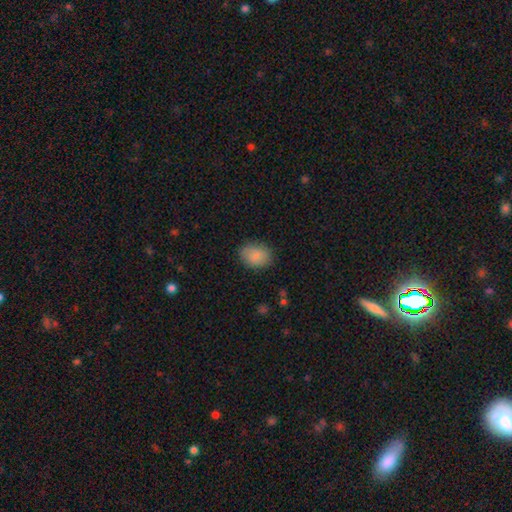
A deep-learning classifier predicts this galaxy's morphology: A smooth galaxy with no disk features (88%) that is in between round and cigar-shaped (66%). Merging: none (84%).